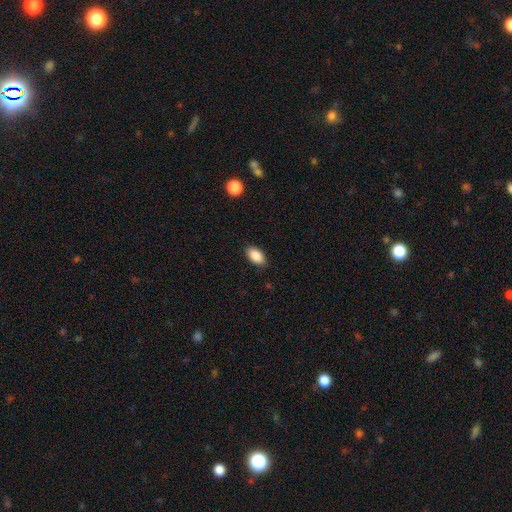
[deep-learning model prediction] This is clearly a smooth galaxy (88%). How rounded: clearly in between (93%). Merging: clearly none (87%).